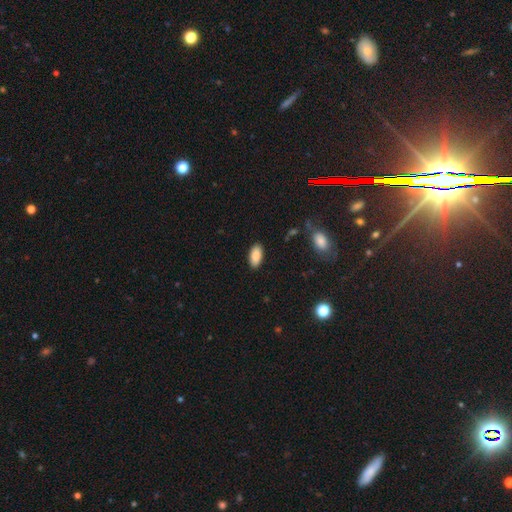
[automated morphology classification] A smooth galaxy with no disk features (86%) that is in between round and cigar-shaped (92%).

Vote fractions:
- Smooth or featured? smooth: 86% / featured or disk: 7% / star or artifact: 7%
- How rounded? in between: 92% / cigar-shaped: 5% / round: 2%
- Merging? none: 88% / minor disturbance: 8% / major disturbance: 2% / merger: 1%